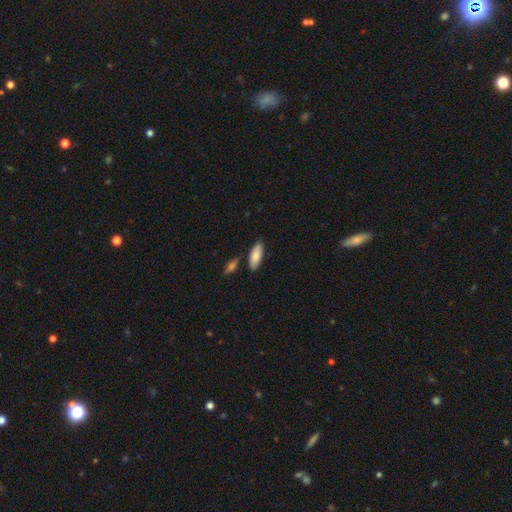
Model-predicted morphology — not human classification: The model was most divided on "how rounded": in between: 82%, cigar-shaped: 16%, round: 2%. More confident: smooth or featured — smooth (83%); merging — none (80%).